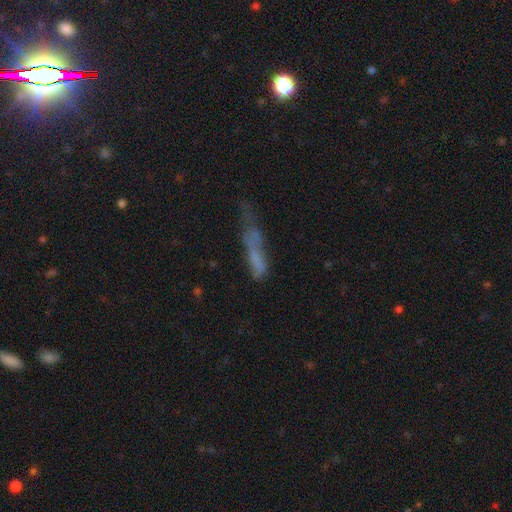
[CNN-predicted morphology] The model was most divided on "merging": major disturbance: 33%, none: 32%, minor disturbance: 24%, merger: 12%. More confident: how rounded — cigar-shaped (77%); smooth or featured — smooth (52%).